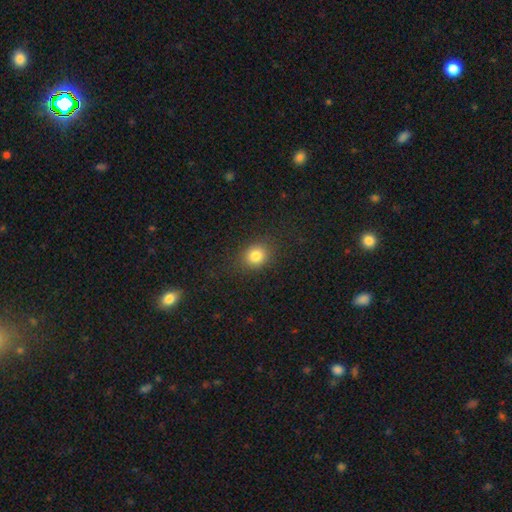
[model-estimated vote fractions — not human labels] Q: Smooth or featured?
A: smooth (82%); runner-up: star or artifact (11%)
Q: How rounded?
A: round (63%); runner-up: in between (36%)
Q: Merging?
A: none (85%); runner-up: minor disturbance (10%)